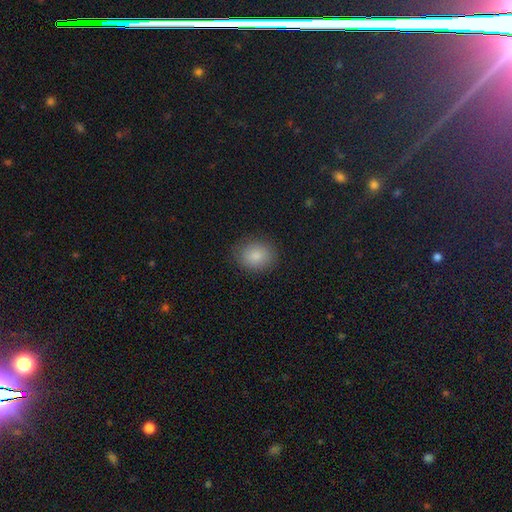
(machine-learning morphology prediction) This appears to be a smooth galaxy with no disk features (85%) that is round (65%). Merging: none (85%).